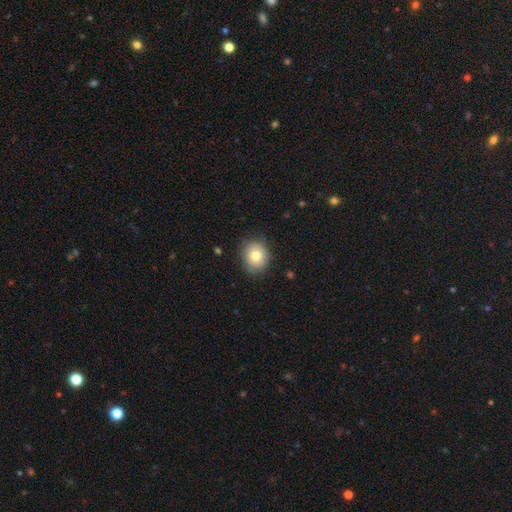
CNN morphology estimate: This appears to be a smooth galaxy with no disk features (80%) that is round (71%). Merging: none (84%).